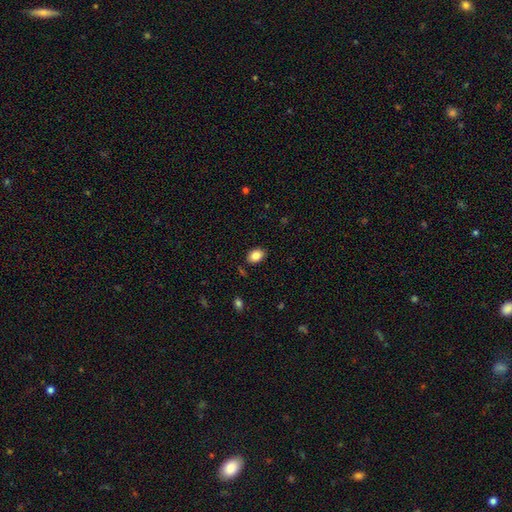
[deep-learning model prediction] smooth_or_featured: smooth (p=0.85) [alt: star or artifact p=0.08]
how_rounded: in between (p=0.79) [alt: round p=0.20]
merging: none (p=0.86) [alt: minor disturbance p=0.10]